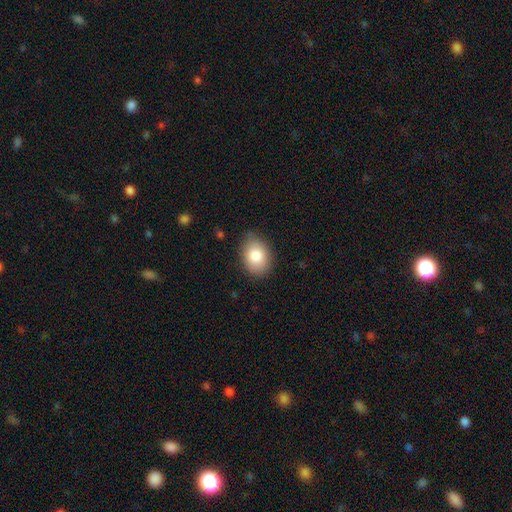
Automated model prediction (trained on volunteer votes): smooth 83%, featured or disk 9%, star or artifact 8%. Down the decision tree: how rounded — in between (73%); merging — none (79%).